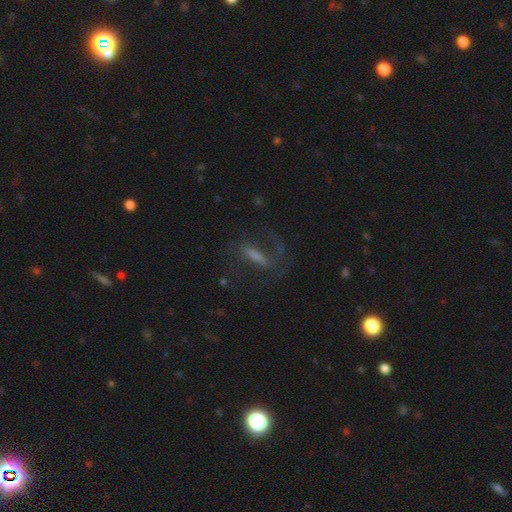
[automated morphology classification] This is possibly a featured or disk galaxy (59%). It is clearly not viewed edge-on (80%). Merging: possibly none (56%).